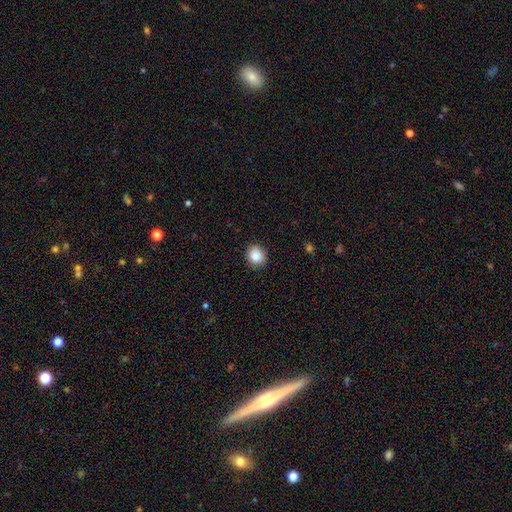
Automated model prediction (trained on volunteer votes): Overall: smooth (88%). How rounded: round (80%). Merging: none (90%).